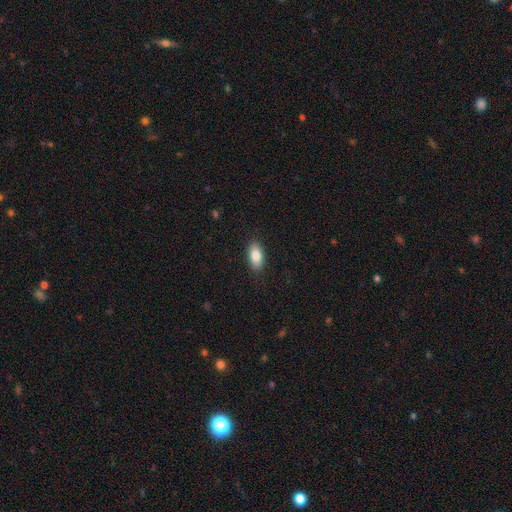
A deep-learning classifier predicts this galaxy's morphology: Smooth or featured: smooth — 85% (featured or disk — 8%)
How rounded: in between — 91% (cigar-shaped — 5%)
Merging: none — 88% (minor disturbance — 9%)